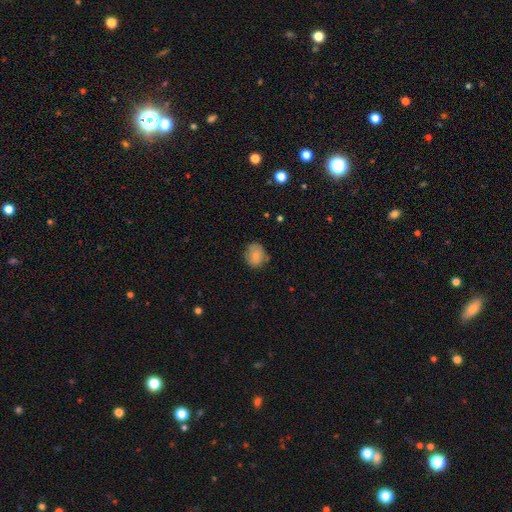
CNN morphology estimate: The model was most divided on "merging": none: 68%, minor disturbance: 25%, major disturbance: 6%, merger: 2%. More confident: smooth or featured — smooth (74%); how rounded — round (73%).